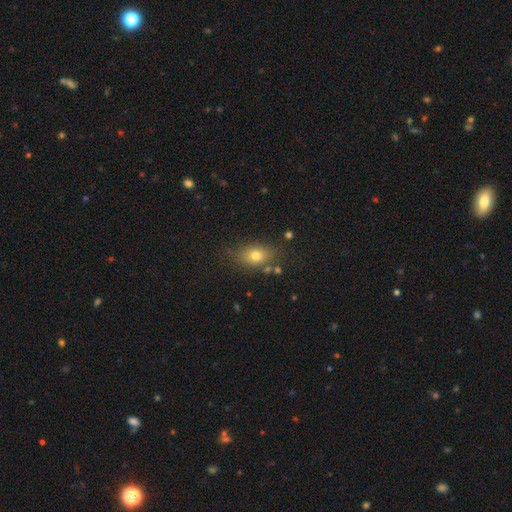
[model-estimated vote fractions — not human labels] smooth 75%, featured or disk 13%, star or artifact 12%. Down the decision tree: how rounded — in between (74%); merging — none (77%).